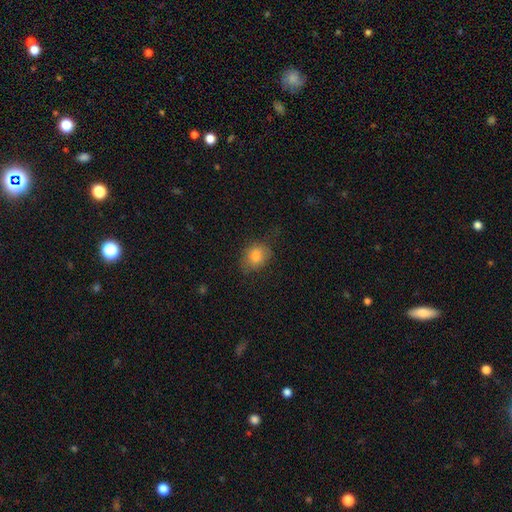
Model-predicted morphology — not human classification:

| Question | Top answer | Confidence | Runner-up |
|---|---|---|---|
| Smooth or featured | smooth | 80% | featured or disk (10%) |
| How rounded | round | 50% | in between (49%) |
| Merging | none | 69% | minor disturbance (22%) |